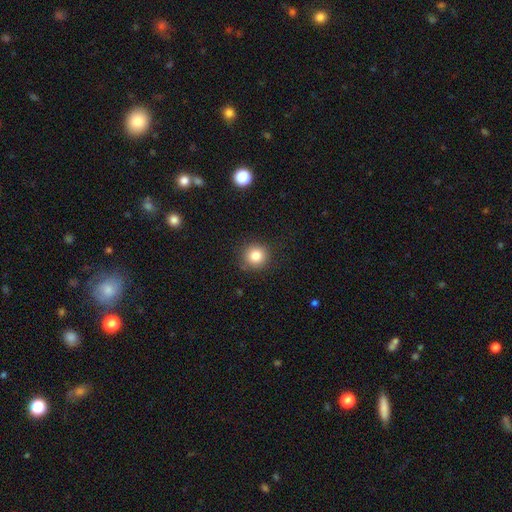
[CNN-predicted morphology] This appears to be a smooth galaxy with no disk features (83%) that is round (92%). Merging: none (87%).